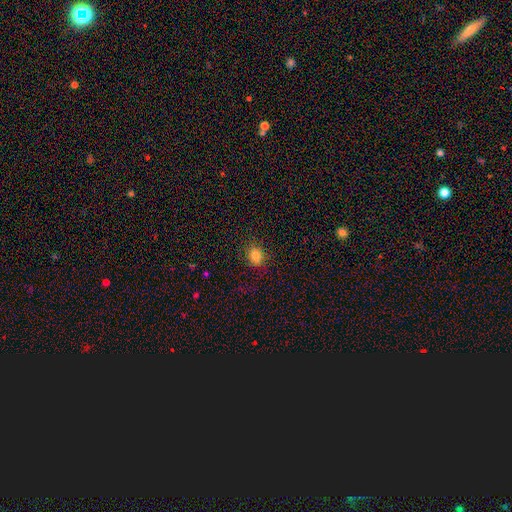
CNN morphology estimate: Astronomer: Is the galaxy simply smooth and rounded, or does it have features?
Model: smooth — 82%.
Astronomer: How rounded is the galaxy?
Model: in between — 67%.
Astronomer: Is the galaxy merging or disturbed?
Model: none — 83%.